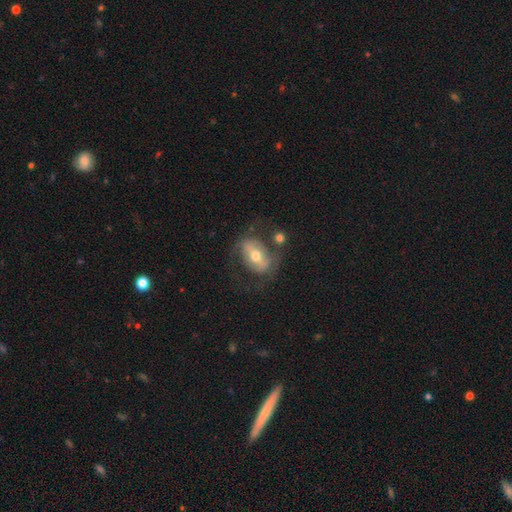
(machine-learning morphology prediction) smooth_or_featured: featured or disk (p=0.60) [alt: smooth p=0.33]
disk_edge_on: no (p=0.91) [alt: yes p=0.09]
bar: strong (p=0.45) [alt: weak p=0.30]
has_spiral_arms: no (p=0.51) [alt: yes p=0.49]
bulge_size: moderate (p=0.70) [alt: small p=0.22]
merging: none (p=0.56) [alt: minor disturbance p=0.18]